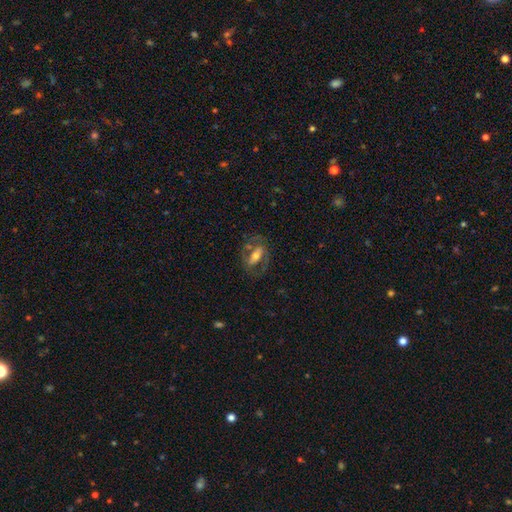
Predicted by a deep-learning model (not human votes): smooth-or-featured: featured or disk: 61% | smooth: 32% | star or artifact: 8%
  disk-edge-on: no: 86% | yes: 14%
    bar: strong: 46% | no: 27% | weak: 27%
    has-spiral-arms: yes: 59% | no: 41%
    bulge-size: moderate: 58% | small: 23% | large: 15% | none: 2% | dominant: 2%
  merging: none: 65% | minor disturbance: 17% | major disturbance: 15% | merger: 3%